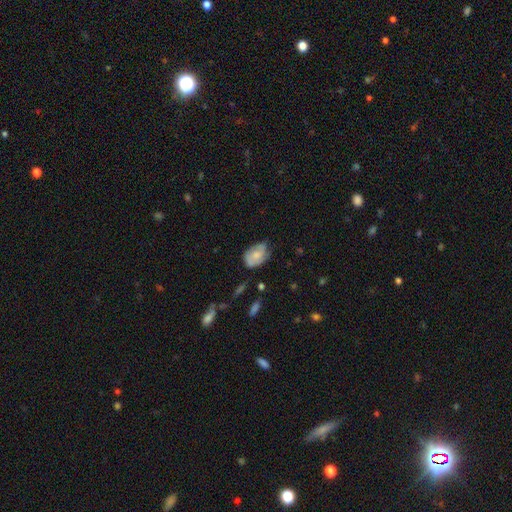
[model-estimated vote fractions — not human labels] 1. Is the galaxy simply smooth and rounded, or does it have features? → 60% smooth, 33% featured or disk, 7% star or artifact.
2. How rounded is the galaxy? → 83% in between, 16% round, 1% cigar-shaped.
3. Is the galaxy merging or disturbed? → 55% none, 34% minor disturbance, 9% major disturbance, 2% merger.